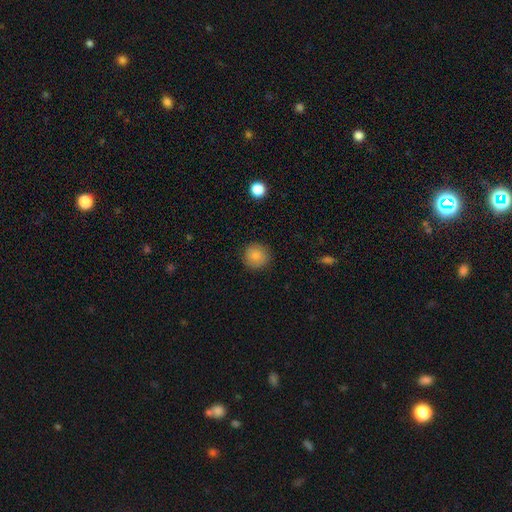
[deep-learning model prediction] smooth 83%, star or artifact 9%, featured or disk 8%. Down the decision tree: how rounded — round (93%); merging — none (88%).